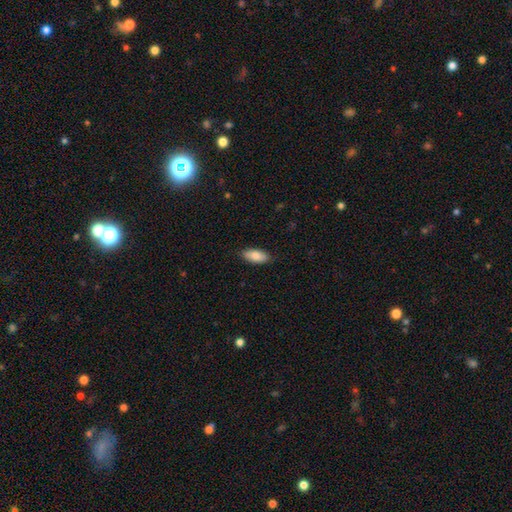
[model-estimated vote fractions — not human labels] Smooth or featured?
  - smooth: 84% *
  - featured or disk: 10%
  - star or artifact: 6%
How rounded?
  - in between: 89% *
  - cigar-shaped: 9%
  - round: 2%
Merging?
  - none: 86% *
  - minor disturbance: 11%
  - major disturbance: 2%
  - merger: 1%